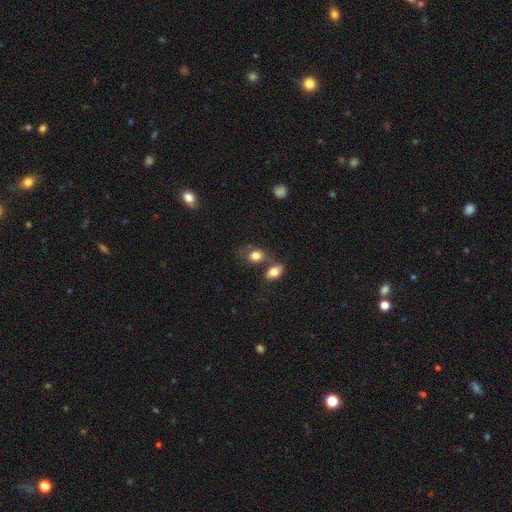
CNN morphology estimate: A smooth galaxy with no disk features (81%) that is in between round and cigar-shaped (58%).

Vote fractions:
- Smooth or featured? smooth: 81% / featured or disk: 10% / star or artifact: 9%
- How rounded? in between: 58% / round: 40% / cigar-shaped: 2%
- Merging? none: 43% / merger: 34% / minor disturbance: 15% / major disturbance: 8%